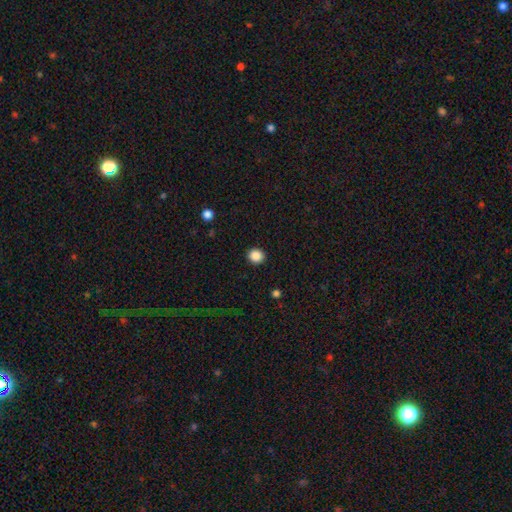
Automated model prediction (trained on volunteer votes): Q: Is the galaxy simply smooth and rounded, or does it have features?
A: smooth — 87%.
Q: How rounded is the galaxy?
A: round — 86%.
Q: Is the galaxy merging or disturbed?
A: none — 92%.